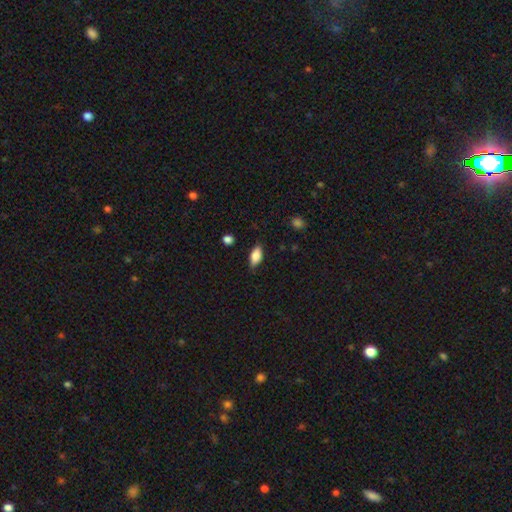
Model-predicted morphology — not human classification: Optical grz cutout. It shows a smooth galaxy with no disk features (83%) that is in between round and cigar-shaped (87%). Merging: none (81%).